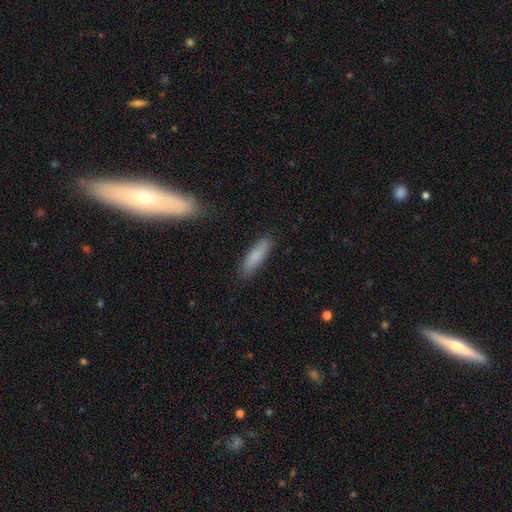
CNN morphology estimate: The model was most divided on "how rounded": cigar-shaped: 64%, in between: 35%, round: 2%. More confident: merging — none (86%); smooth or featured — smooth (83%).